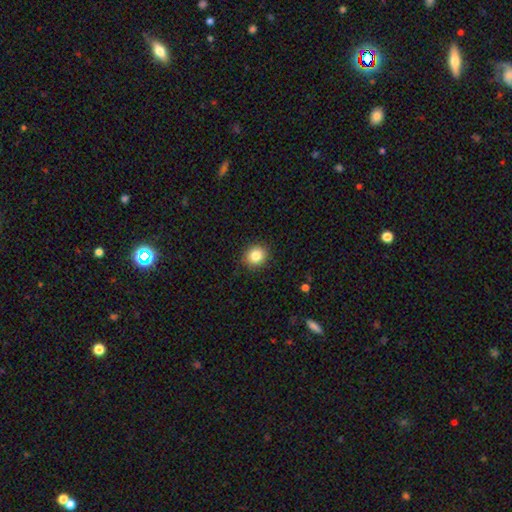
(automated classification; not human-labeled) The model was most divided on "how rounded": round: 79%, in between: 20%, cigar-shaped: 1%. More confident: merging — none (89%); smooth or featured — smooth (84%).